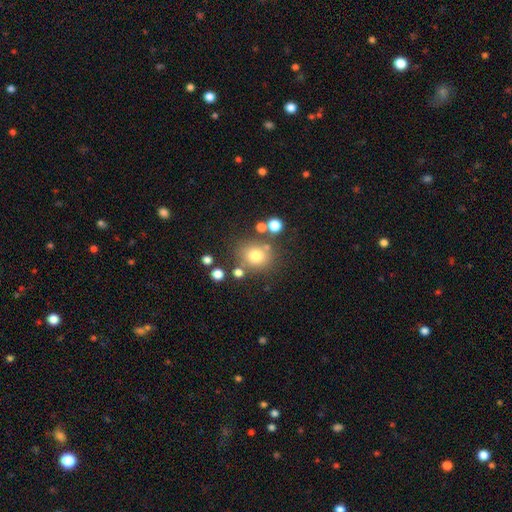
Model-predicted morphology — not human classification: Overall: smooth (74%). How rounded: round (81%). Merging: none (72%).